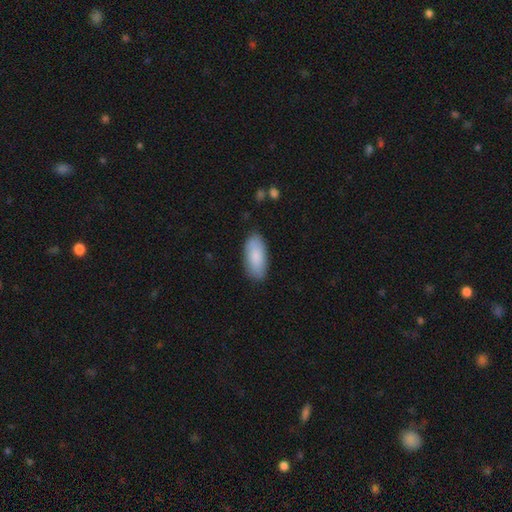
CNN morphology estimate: Q: Smooth or featured?
A: smooth (85%); runner-up: featured or disk (9%)
Q: How rounded?
A: in between (89%); runner-up: cigar-shaped (9%)
Q: Merging?
A: none (85%); runner-up: minor disturbance (11%)